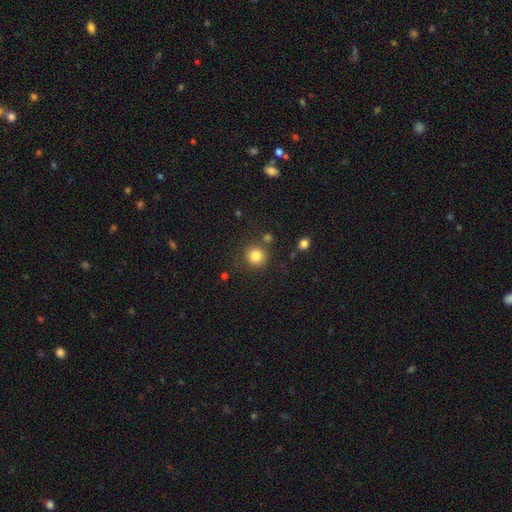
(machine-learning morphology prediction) type=smooth (83%); roundness=round (93%); merging=none (81%).